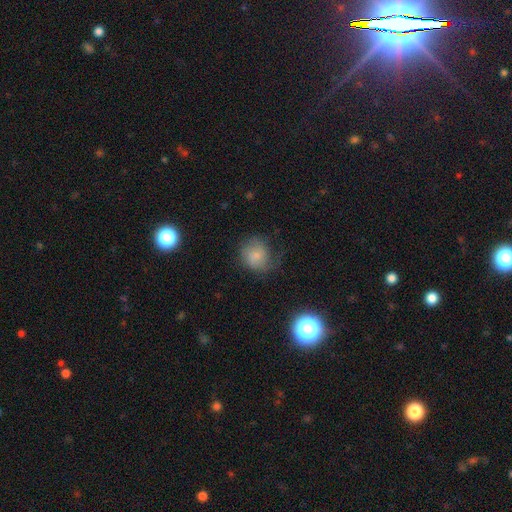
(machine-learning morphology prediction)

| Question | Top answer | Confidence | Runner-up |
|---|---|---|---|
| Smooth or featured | smooth | 68% | featured or disk (22%) |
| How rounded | round | 80% | in between (19%) |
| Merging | none | 52% | minor disturbance (28%) |